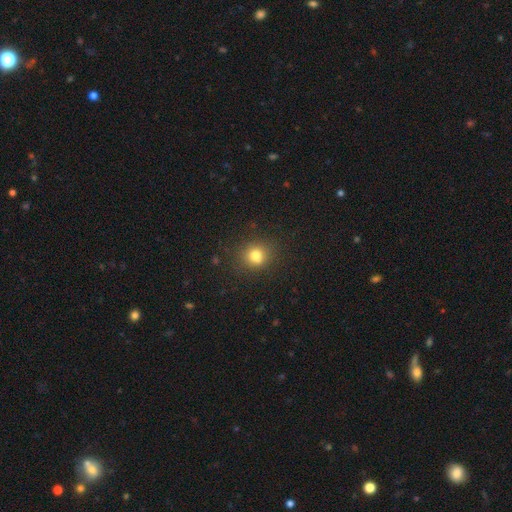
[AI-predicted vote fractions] smooth 78%, star or artifact 14%, featured or disk 8%. Down the decision tree: how rounded — round (79%); merging — none (81%).